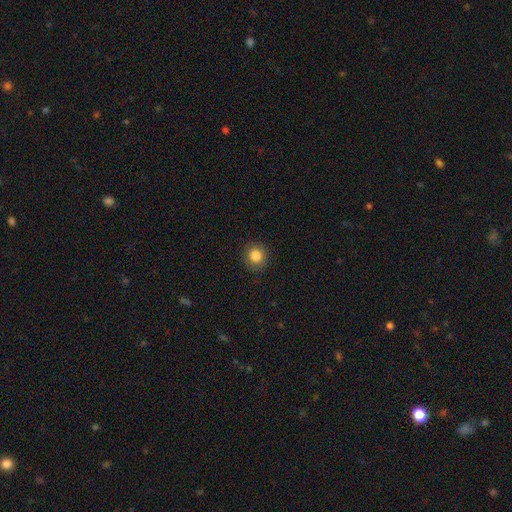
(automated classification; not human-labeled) Morphology: type=smooth (84%); roundness=round (90%); merging=none (88%).